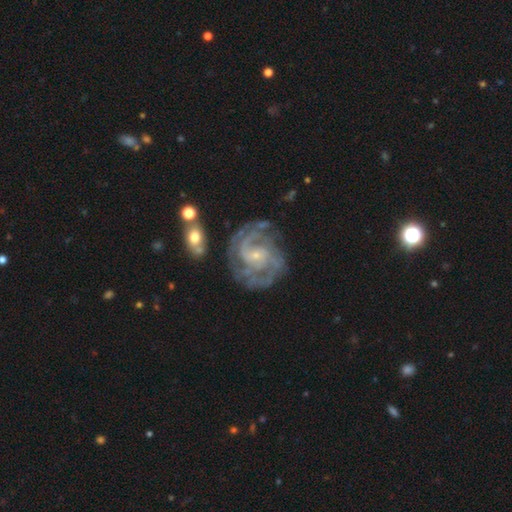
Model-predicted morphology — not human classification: A featured or disk galaxy (90%) with no bar (58%), 2 (37%) tight (56%) spiral arms (97%) and a small central bulge (82%).

Vote fractions:
- Smooth or featured? featured or disk: 90% / star or artifact: 5% / smooth: 5%
- Edge-on disk? no: 98% / yes: 2%
- Bar? no: 58% / weak: 33% / strong: 9%
- Spiral arms? yes: 97% / no: 3%
- Spiral winding? tight: 56% / medium: 37% / loose: 6%
- Spiral arm count? 2: 37% / 3: 25% / can't tell: 17% / 4: 10% / more than 4: 6% / 1: 6%
- Bulge size? small: 82% / moderate: 13% / none: 3% / large: 1% / dominant: 1%
- Merging? none: 69% / minor disturbance: 18% / major disturbance: 9% / merger: 4%